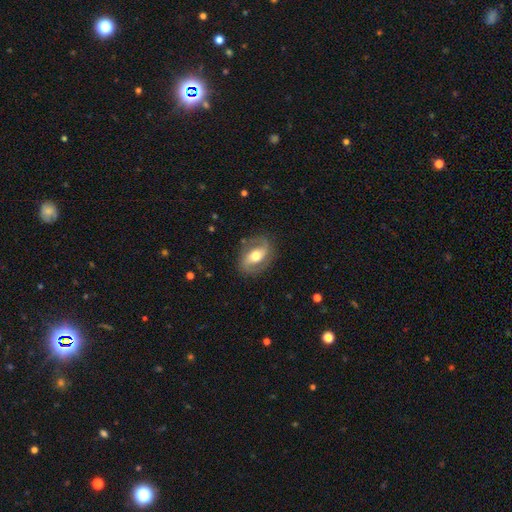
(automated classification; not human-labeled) Morphology: type=featured or disk (76%); edge-on=no (96%); bar=weak (38%); spiral arms=yes (87%); winding=medium (48%); arm count=2 (89%); bulge=moderate (68%); merging=none (80%).